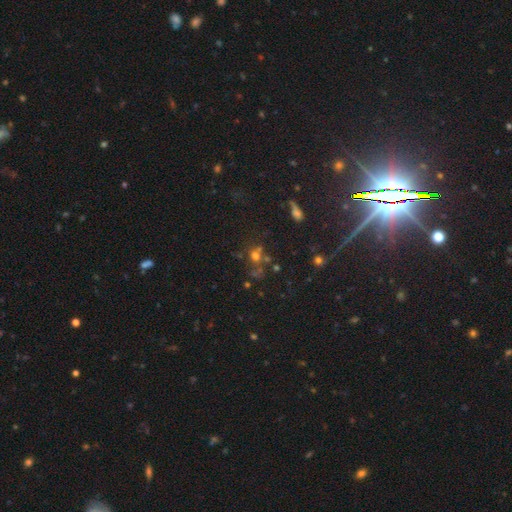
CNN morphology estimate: The model was most divided on "smooth or featured": smooth: 54%, star or artifact: 30%, featured or disk: 16%. More confident: how rounded — round (80%); merging — none (53%).